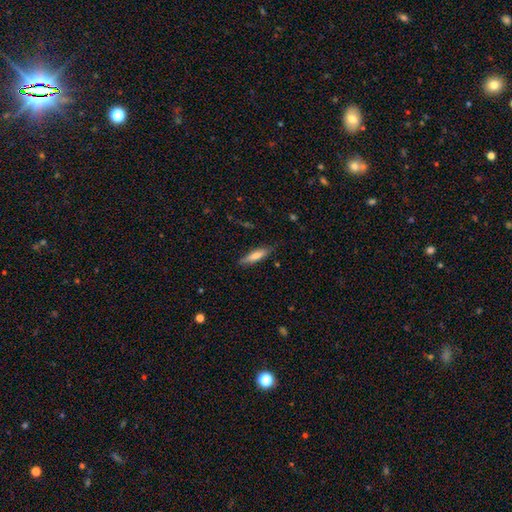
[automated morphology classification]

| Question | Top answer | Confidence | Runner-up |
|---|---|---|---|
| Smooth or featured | smooth | 67% | featured or disk (27%) |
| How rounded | cigar-shaped | 74% | in between (24%) |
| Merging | none | 81% | minor disturbance (15%) |